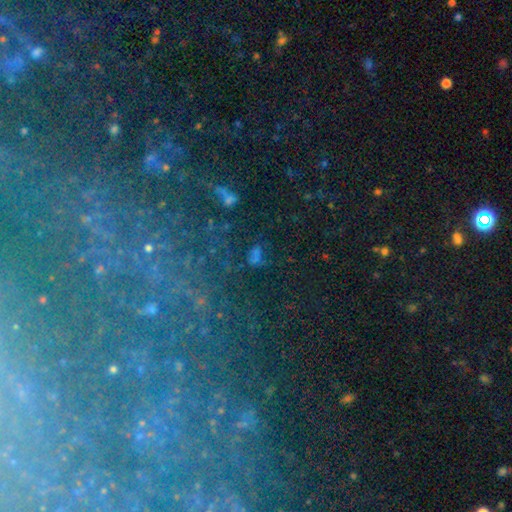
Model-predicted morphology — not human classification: type=star or artifact (49%).